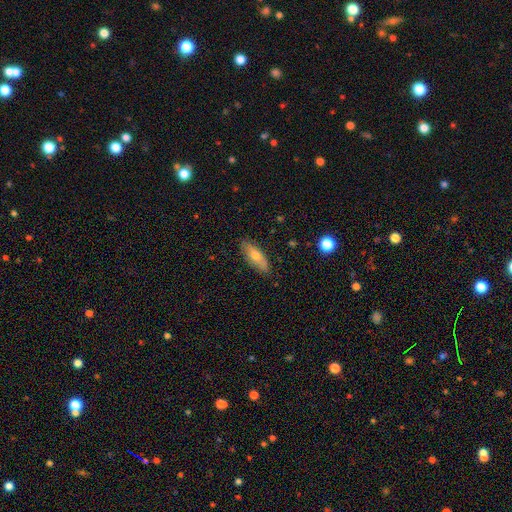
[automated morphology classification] Smooth or featured: smooth — 61% (featured or disk — 31%)
How rounded: in between — 58% (cigar-shaped — 39%)
Merging: none — 86% (minor disturbance — 11%)